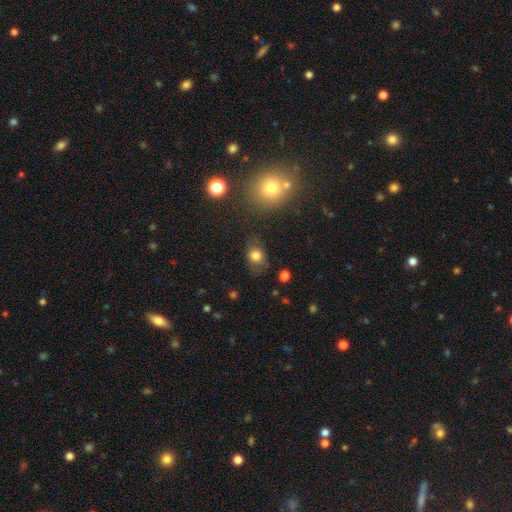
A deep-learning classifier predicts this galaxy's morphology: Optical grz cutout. It shows a smooth galaxy with no disk features (78%) that is round (49%, tied with in between). Merging: none (70%).